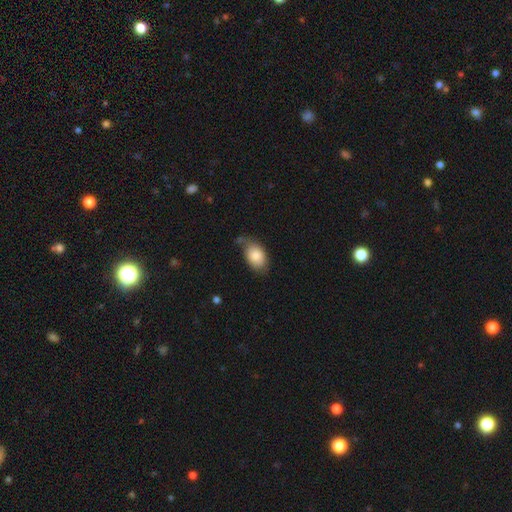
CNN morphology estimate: A smooth galaxy with no disk features (83%) that is in between round and cigar-shaped (87%). Merging: none (53%).